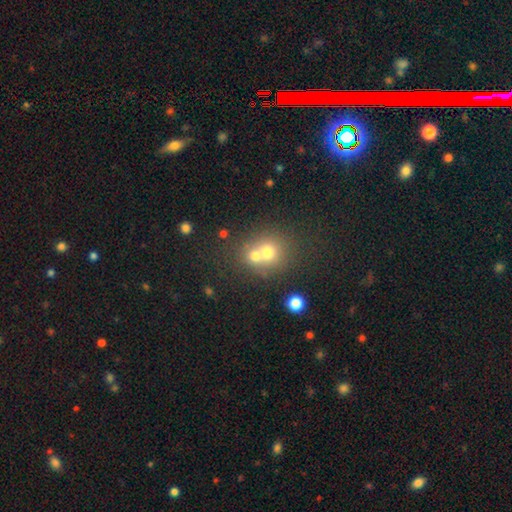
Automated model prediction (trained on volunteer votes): Smooth or featured?
  - smooth: 67% *
  - featured or disk: 19%
  - star or artifact: 14%
How rounded?
  - round: 80% *
  - in between: 19%
  - cigar-shaped: 1%
Merging?
  - merger: 58% *
  - none: 33%
  - minor disturbance: 6%
  - major disturbance: 3%